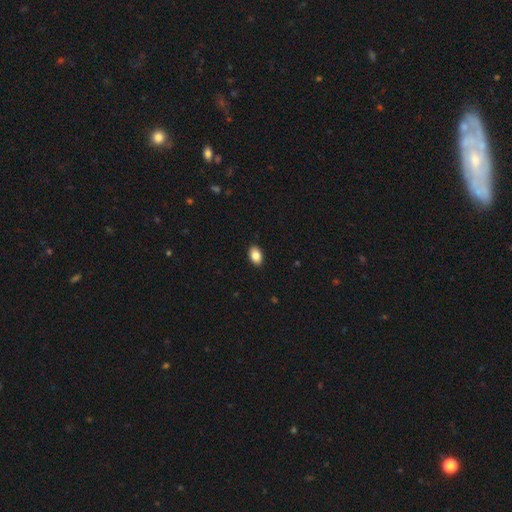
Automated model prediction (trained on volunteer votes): This is clearly a smooth galaxy (86%). How rounded: clearly in between (89%). Merging: clearly none (90%).